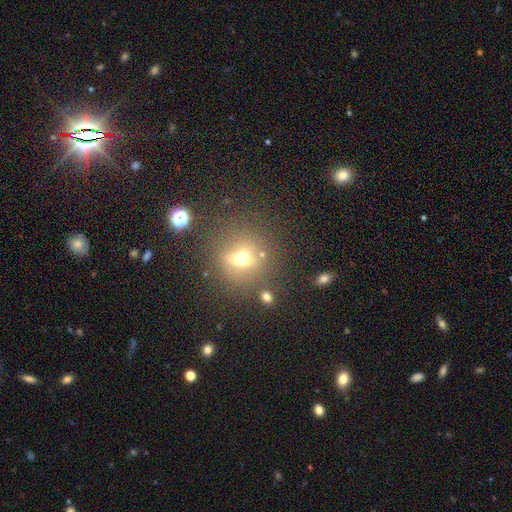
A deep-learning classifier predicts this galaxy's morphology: A smooth galaxy with no disk features (43%). Merging: none (80%).